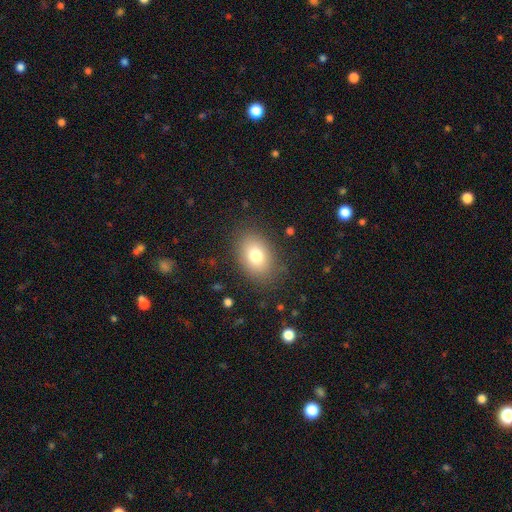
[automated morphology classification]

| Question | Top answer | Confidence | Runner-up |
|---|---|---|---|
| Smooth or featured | smooth | 77% | featured or disk (12%) |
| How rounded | in between | 75% | round (24%) |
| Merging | none | 83% | minor disturbance (11%) |